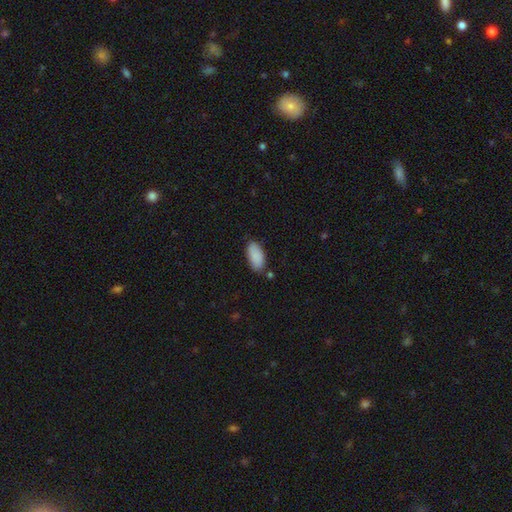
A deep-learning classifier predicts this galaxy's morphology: Smooth or featured? smooth (90%)
How rounded? in between (92%)
Merging? none (79%)